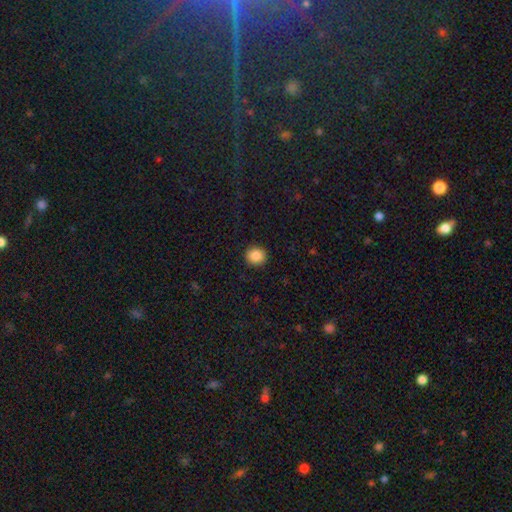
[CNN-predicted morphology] This is clearly a smooth galaxy (87%). How rounded: clearly round (90%). Merging: clearly none (92%).